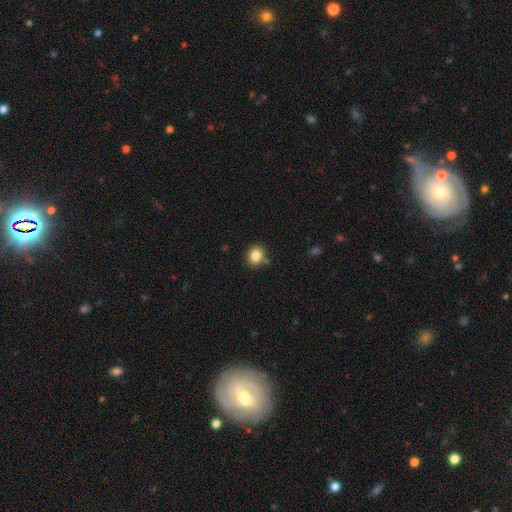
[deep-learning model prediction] Smooth or featured? smooth (83%)
How rounded? round (75%)
Merging? none (78%)